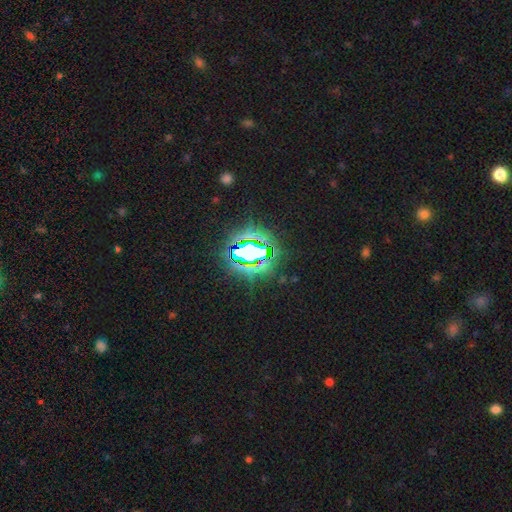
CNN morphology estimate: The model was most divided on "smooth or featured": star or artifact: 72%, smooth: 15%, featured or disk: 13%.